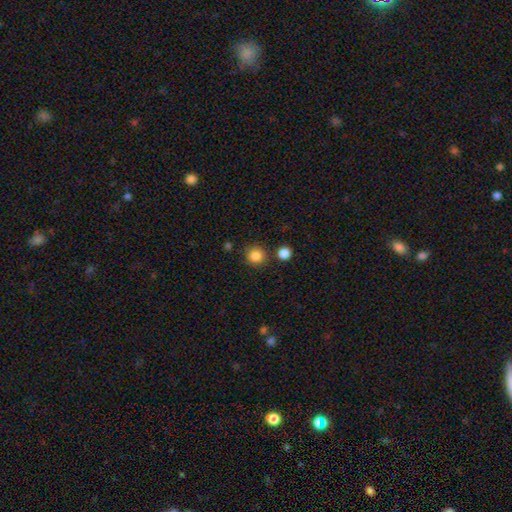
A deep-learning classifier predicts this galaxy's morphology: A smooth galaxy with no disk features (85%) that is round (93%). Merging: none (85%).